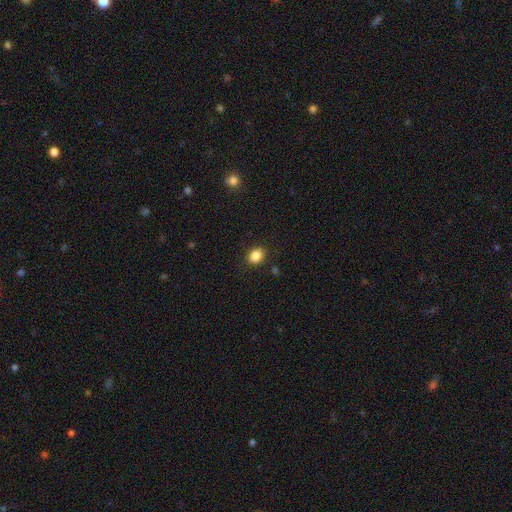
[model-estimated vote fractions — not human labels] Overall: smooth (86%). How rounded: round (54%; in between 45%). Merging: none (87%).